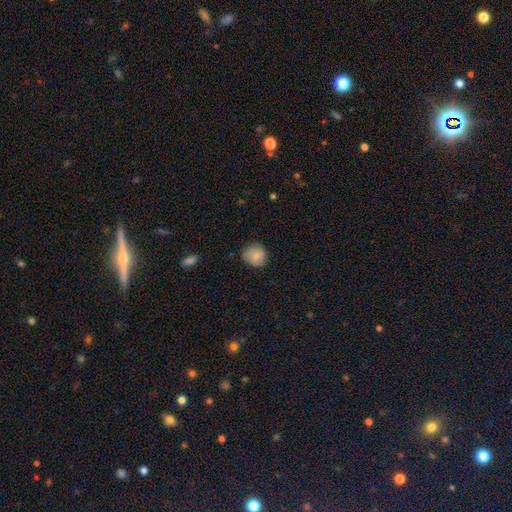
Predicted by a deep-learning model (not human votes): A smooth galaxy with no disk features (81%) that is round (83%).

Vote fractions:
- Smooth or featured? smooth: 81% / featured or disk: 12% / star or artifact: 8%
- How rounded? round: 83% / in between: 16% / cigar-shaped: 1%
- Merging? none: 73% / minor disturbance: 21% / major disturbance: 4% / merger: 1%